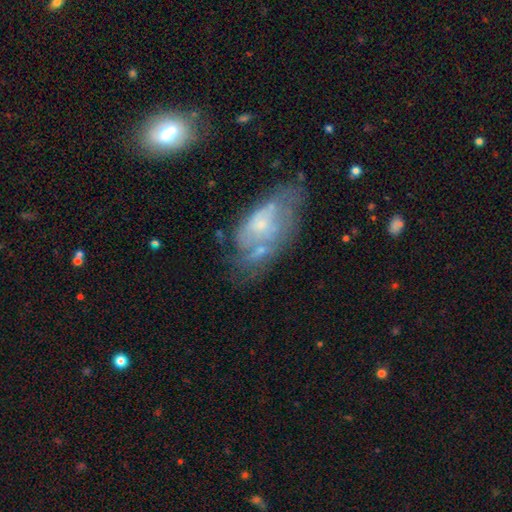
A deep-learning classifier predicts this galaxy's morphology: A featured or disk galaxy (60%) with no bar (79%), no spiral arms (52%) and a small central bulge (65%). Merging: none (39%).